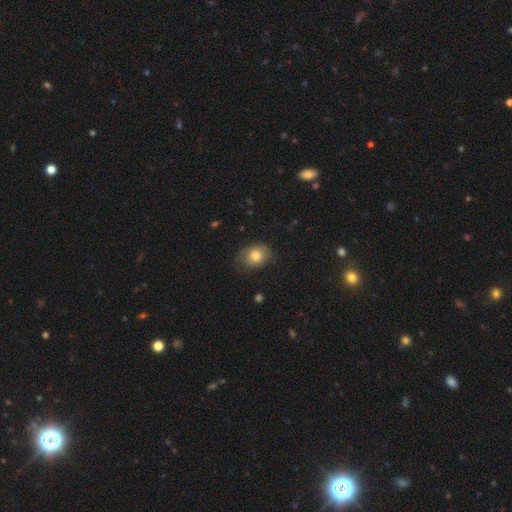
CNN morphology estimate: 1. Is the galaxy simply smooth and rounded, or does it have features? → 79% smooth, 12% featured or disk, 9% star or artifact.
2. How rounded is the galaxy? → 52% in between, 47% round, 1% cigar-shaped.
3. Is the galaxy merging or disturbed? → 67% none, 25% minor disturbance, 6% major disturbance, 1% merger.